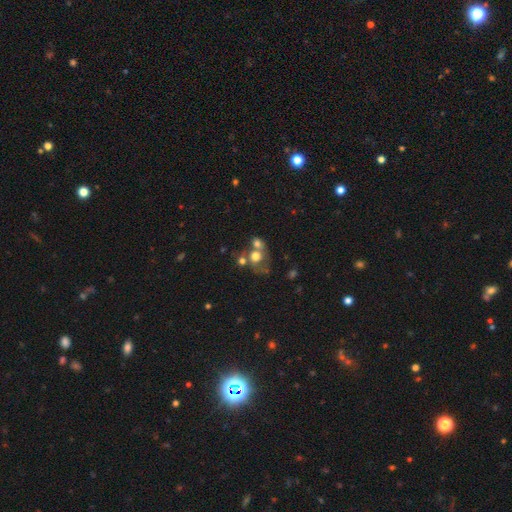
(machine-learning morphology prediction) This appears to be a smooth galaxy with no disk features (62%) that is round (68%). Merging: merger (48%).